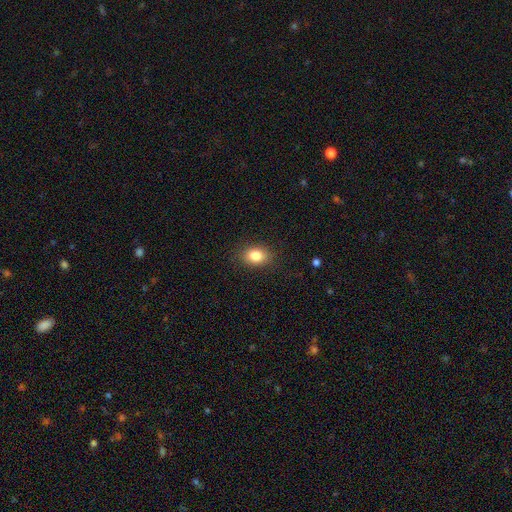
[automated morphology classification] type=smooth (83%); roundness=in between (72%); merging=none (86%).